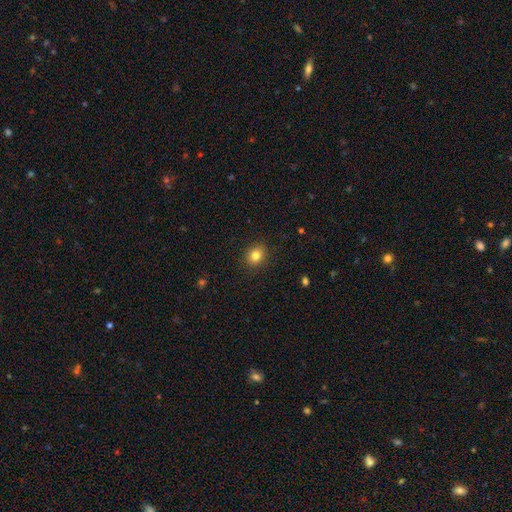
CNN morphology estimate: Smooth or featured? Predicted: smooth (p=0.82). How rounded? Predicted: round (p=0.67). Merging? Predicted: none (p=0.90).